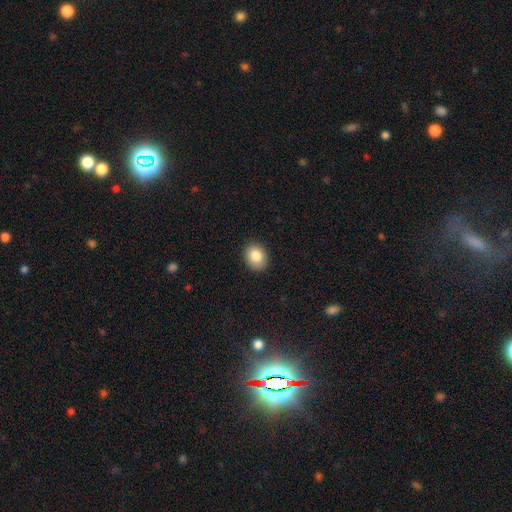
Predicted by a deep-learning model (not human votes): Smooth or featured? Predicted: smooth (p=0.84). How rounded? Predicted: in between (p=0.51). Merging? Predicted: none (p=0.90).